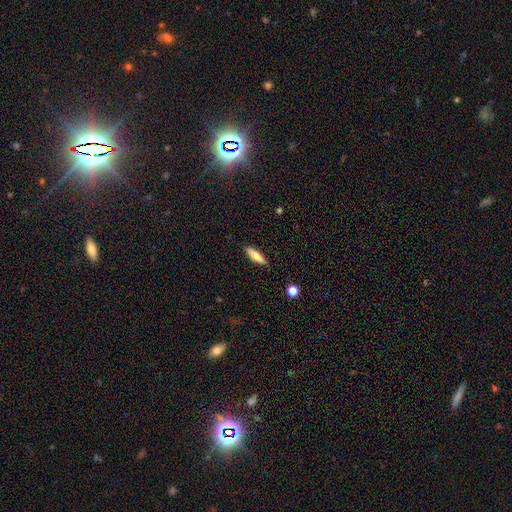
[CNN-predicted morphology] Overall: smooth (63%; featured or disk 31%). How rounded: cigar-shaped (65%; in between 33%). Merging: none (89%).